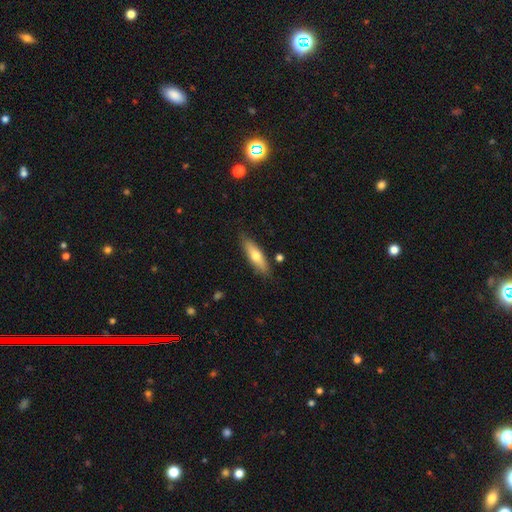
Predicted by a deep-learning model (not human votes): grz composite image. It shows a smooth galaxy with no disk features (62%) that is cigar-shaped (60%). Merging: none (84%).